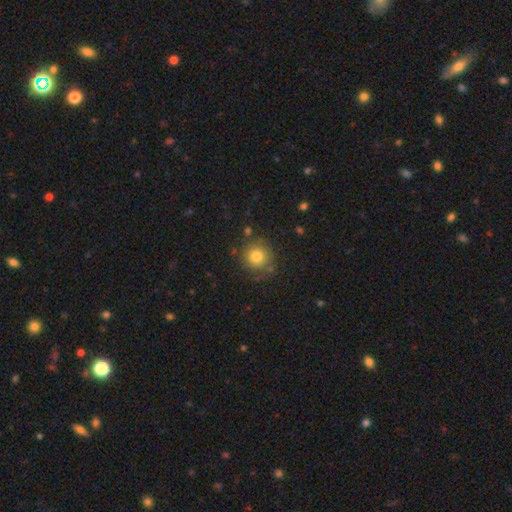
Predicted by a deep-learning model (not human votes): smooth_or_featured: smooth (p=0.78) [alt: star or artifact p=0.12]
how_rounded: round (p=0.92) [alt: in between p=0.07]
merging: none (p=0.78) [alt: minor disturbance p=0.14]